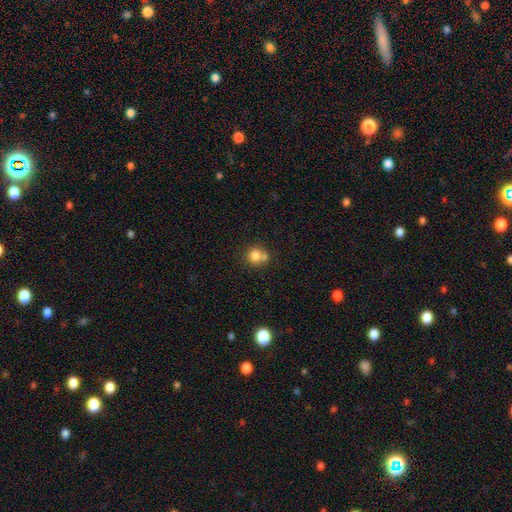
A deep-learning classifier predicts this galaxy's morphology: Smooth or featured?
  - smooth: 79% *
  - star or artifact: 11%
  - featured or disk: 10%
How rounded?
  - round: 88% *
  - in between: 11%
  - cigar-shaped: 1%
Merging?
  - none: 52% *
  - merger: 36%
  - minor disturbance: 9%
  - major disturbance: 3%